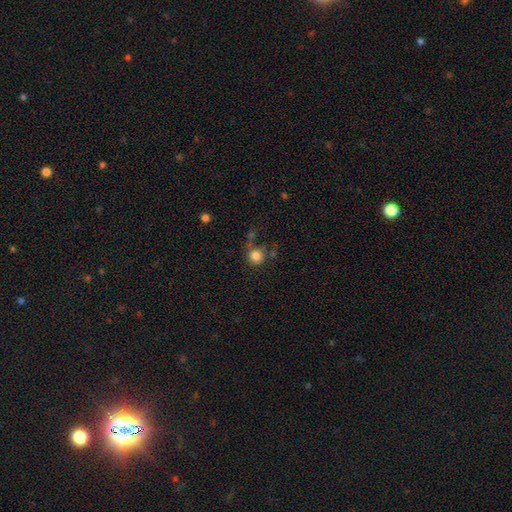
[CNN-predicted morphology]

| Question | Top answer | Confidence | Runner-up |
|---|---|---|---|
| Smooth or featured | smooth | 83% | star or artifact (11%) |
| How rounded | round | 92% | in between (7%) |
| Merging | none | 67% | minor disturbance (14%) |